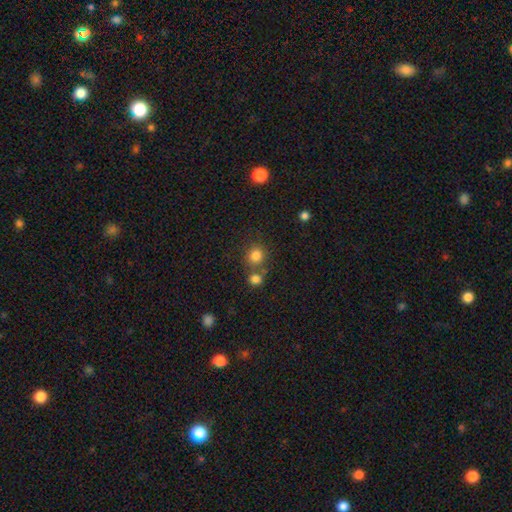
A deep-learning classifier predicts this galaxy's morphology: Smooth or featured?
  - smooth: 80% *
  - star or artifact: 13%
  - featured or disk: 6%
How rounded?
  - round: 87% *
  - in between: 12%
  - cigar-shaped: 1%
Merging?
  - none: 64% *
  - merger: 25%
  - minor disturbance: 8%
  - major disturbance: 3%